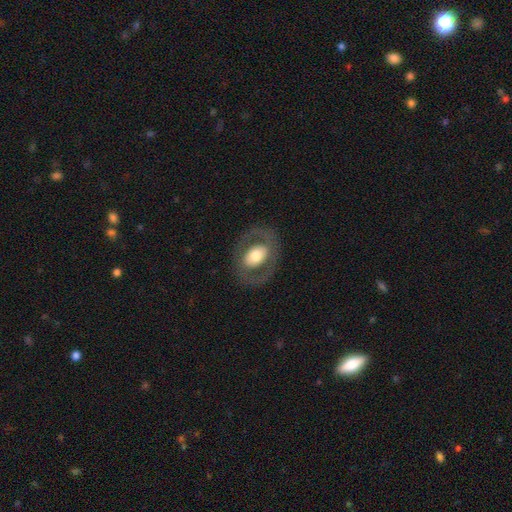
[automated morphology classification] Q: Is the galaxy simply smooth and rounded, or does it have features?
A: featured or disk — 49%.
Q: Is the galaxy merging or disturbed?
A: none — 79%.